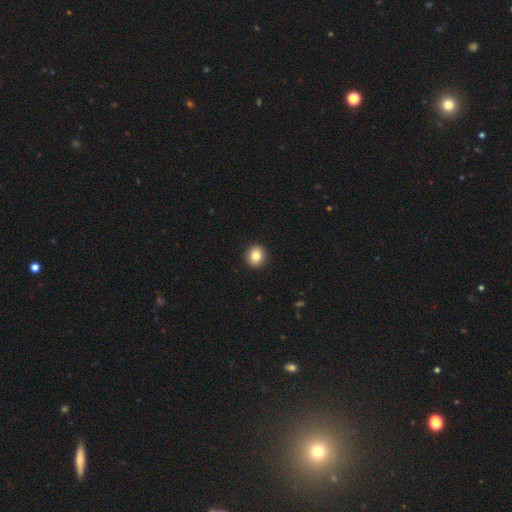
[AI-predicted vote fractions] Morphology: type=smooth (83%); roundness=round (78%); merging=none (92%).